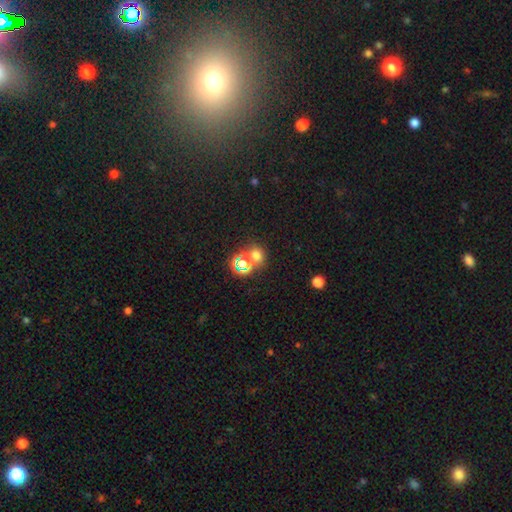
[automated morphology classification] smooth_or_featured: smooth (p=0.63) [alt: star or artifact p=0.30]
how_rounded: round (p=0.70) [alt: in between p=0.28]
merging: none (p=0.61) [alt: merger p=0.27]